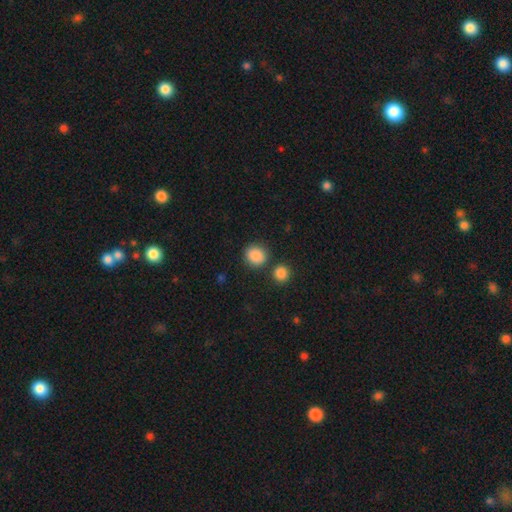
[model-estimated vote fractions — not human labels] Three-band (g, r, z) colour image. It shows a smooth galaxy with no disk features (88%) that is round (82%). Merging: none (78%).